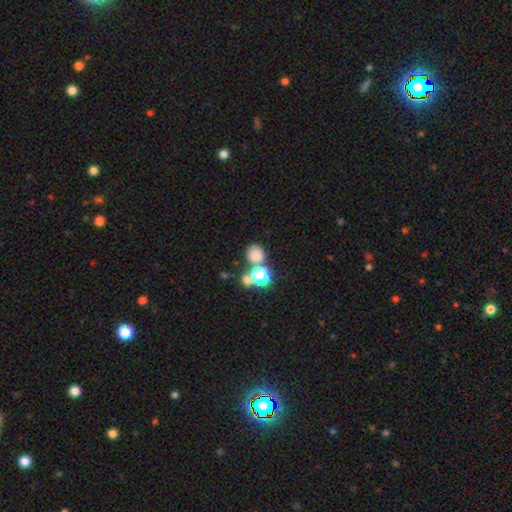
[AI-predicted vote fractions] The model was most divided on "merging": none: 61%, merger: 27%, minor disturbance: 8%, major disturbance: 4%. More confident: how rounded — round (85%); smooth or featured — smooth (73%).